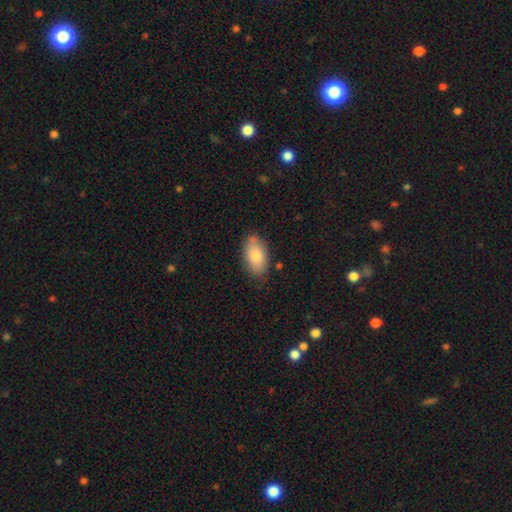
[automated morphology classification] A smooth galaxy with no disk features (80%) that is in between round and cigar-shaped (94%).

Vote fractions:
- Smooth or featured? smooth: 80% / featured or disk: 14% / star or artifact: 6%
- How rounded? in between: 94% / round: 4% / cigar-shaped: 2%
- Merging? none: 77% / minor disturbance: 17% / major disturbance: 3% / merger: 3%